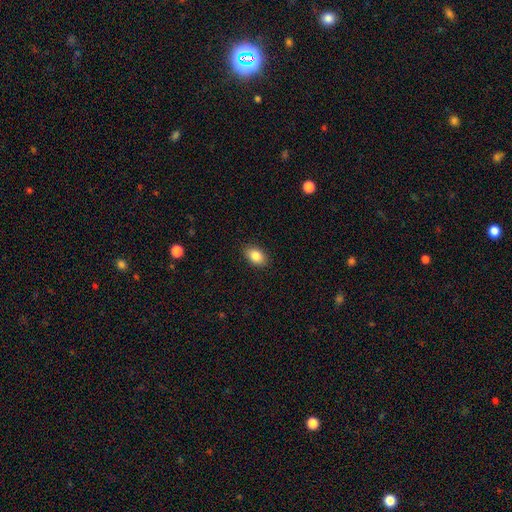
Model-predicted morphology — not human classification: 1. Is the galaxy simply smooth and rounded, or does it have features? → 85% smooth, 8% star or artifact, 7% featured or disk.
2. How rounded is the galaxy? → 86% in between, 13% round, 1% cigar-shaped.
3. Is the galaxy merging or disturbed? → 88% none, 9% minor disturbance, 2% major disturbance, 1% merger.